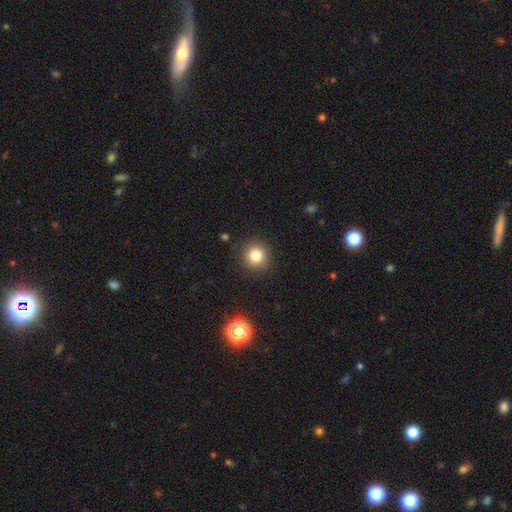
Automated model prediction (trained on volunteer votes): Smooth or featured: smooth — 82% (star or artifact — 12%)
How rounded: round — 93% (in between — 6%)
Merging: none — 89% (minor disturbance — 7%)